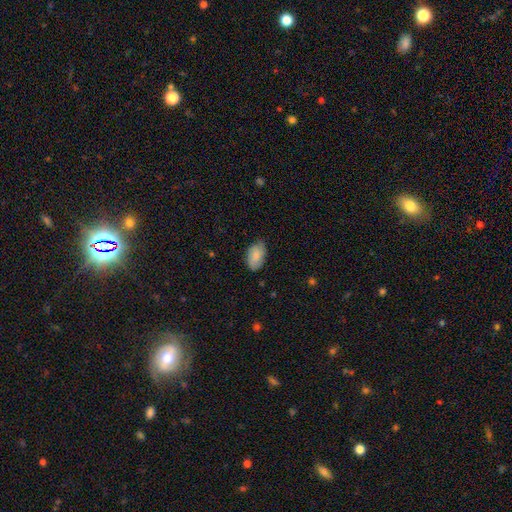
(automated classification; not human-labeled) Smooth or featured?
  - smooth: 86% *
  - featured or disk: 8%
  - star or artifact: 6%
How rounded?
  - in between: 94% *
  - round: 5%
  - cigar-shaped: 1%
Merging?
  - none: 79% *
  - minor disturbance: 18%
  - major disturbance: 3%
  - merger: 1%